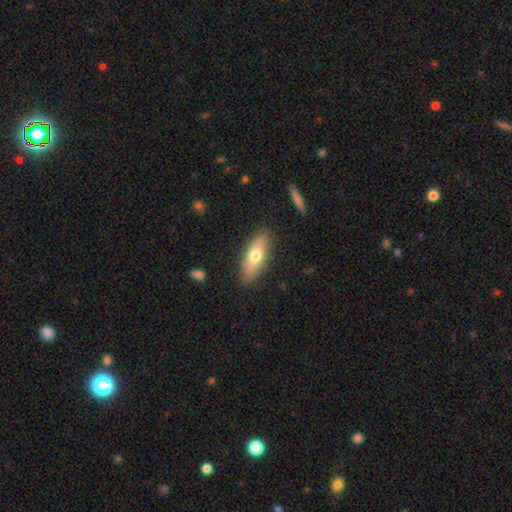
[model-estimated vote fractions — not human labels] A smooth galaxy with no disk features (66%) that is in between round and cigar-shaped (66%). Merging: none (85%).